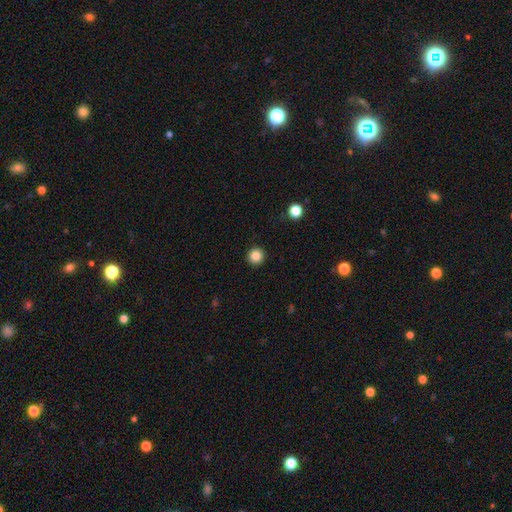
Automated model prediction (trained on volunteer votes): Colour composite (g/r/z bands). It shows a smooth galaxy with no disk features (86%) that is round (95%). Merging: none (92%).